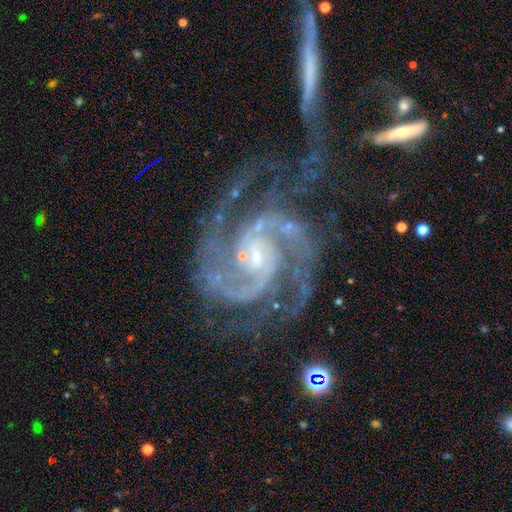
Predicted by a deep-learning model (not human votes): The model was most divided on "bar": weak: 43%, no: 40%, strong: 16%. More confident: spiral arms — yes (99%); edge-on disk — no (98%); smooth or featured — featured or disk (93%); spiral arm count — 2 (73%); bulge size — small (70%); spiral winding — medium (53%); merging — none (51%).